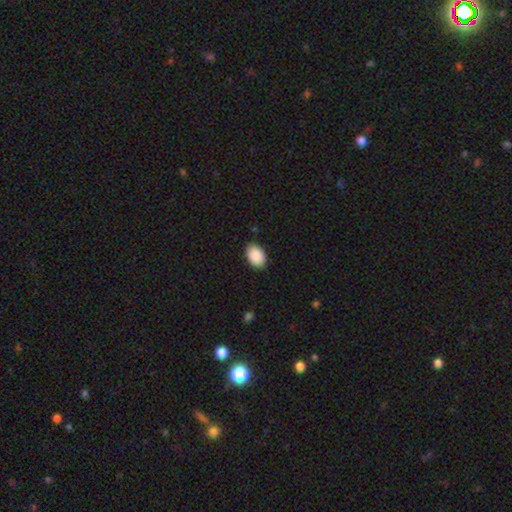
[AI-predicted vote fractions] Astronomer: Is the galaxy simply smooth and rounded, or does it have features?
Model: smooth — 91%.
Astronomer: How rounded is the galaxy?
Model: in between — 87%.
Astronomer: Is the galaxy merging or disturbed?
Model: none — 87%.